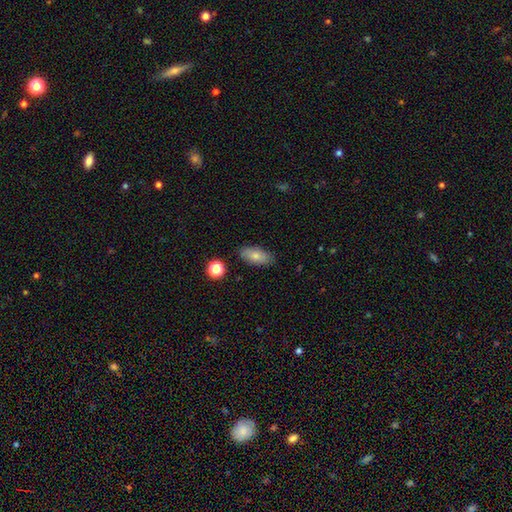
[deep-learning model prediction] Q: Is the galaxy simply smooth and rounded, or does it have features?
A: smooth — 78%.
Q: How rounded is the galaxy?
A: in between — 89%.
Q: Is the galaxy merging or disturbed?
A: none — 84%.